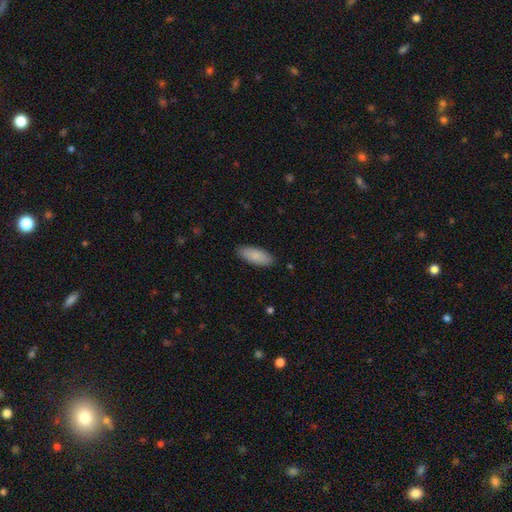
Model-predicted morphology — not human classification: Smooth or featured: smooth — 88% (featured or disk — 7%)
How rounded: in between — 79% (cigar-shaped — 19%)
Merging: none — 87% (minor disturbance — 10%)